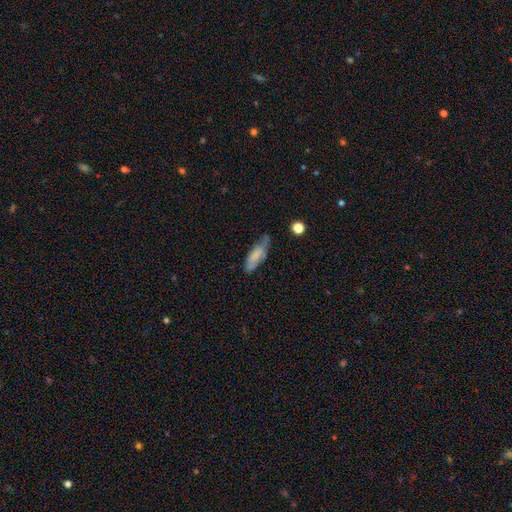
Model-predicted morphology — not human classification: Smooth or featured?
  - smooth: 66% *
  - featured or disk: 26%
  - star or artifact: 8%
How rounded?
  - in between: 59% *
  - cigar-shaped: 39%
  - round: 2%
Merging?
  - none: 47% *
  - minor disturbance: 35%
  - major disturbance: 14%
  - merger: 4%